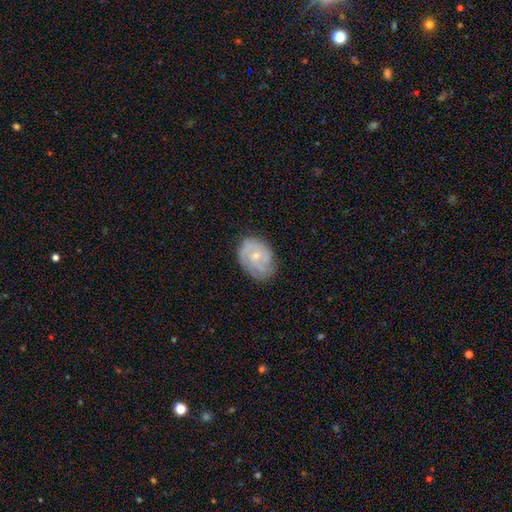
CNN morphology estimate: The model was most divided on "spiral arm count" (2-way tie): can't tell: 30%, 3: 30%, 2: 22%, 4: 9%, 1: 5%, more than 4: 5%. More confident: edge-on disk — no (97%); spiral arms — yes (91%); bar — no (74%); smooth or featured — featured or disk (73%); merging — none (72%); bulge size — small (65%); spiral winding — tight (62%).